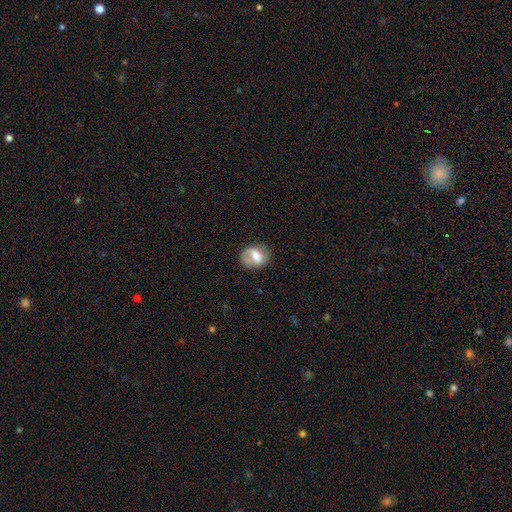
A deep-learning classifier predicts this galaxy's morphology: This appears to be a smooth galaxy with no disk features (55%) that is round (54%). Merging: none (61%).